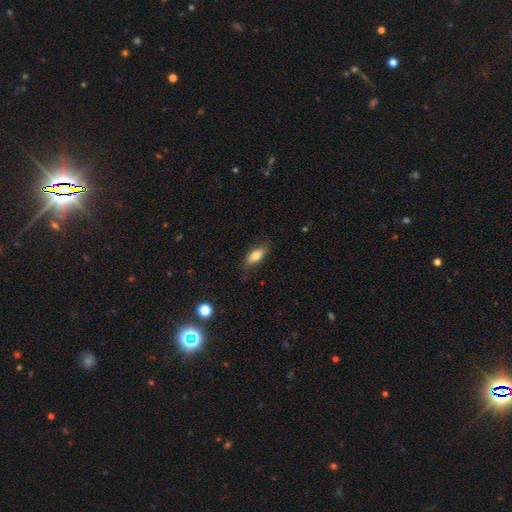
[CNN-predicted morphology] type=smooth (75%); roundness=in between (82%); merging=none (76%).